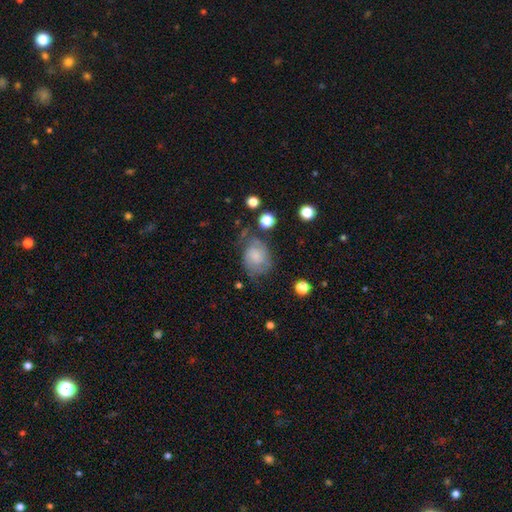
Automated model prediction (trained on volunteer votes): A smooth galaxy with no disk features (50%). Merging: none (43%).